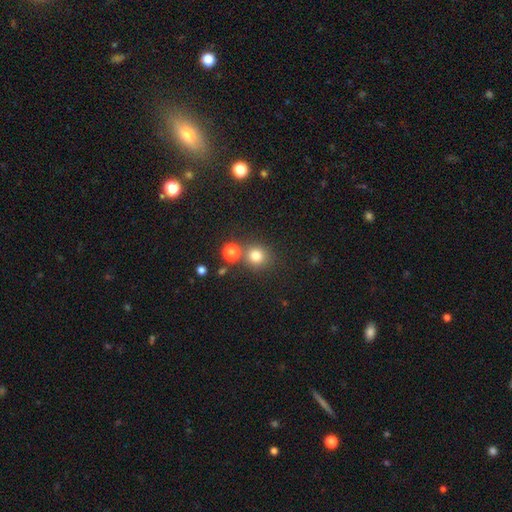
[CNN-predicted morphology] Smooth or featured? Predicted: smooth (p=0.78). How rounded? Predicted: round (p=0.87). Merging? Predicted: none (p=0.70).